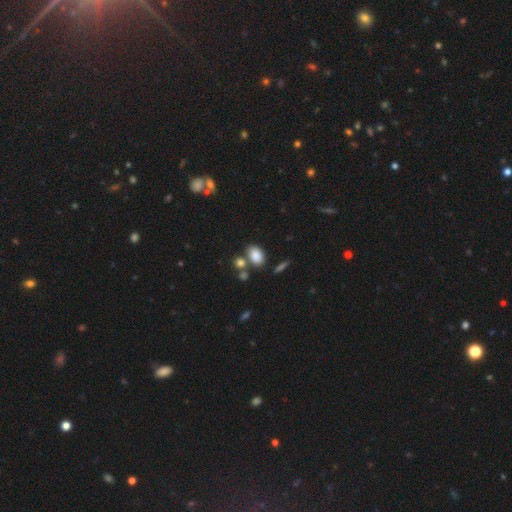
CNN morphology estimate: smooth_or_featured: smooth (p=0.84) [alt: star or artifact p=0.09]
how_rounded: in between (p=0.84) [alt: round p=0.14]
merging: none (p=0.64) [alt: merger p=0.19]